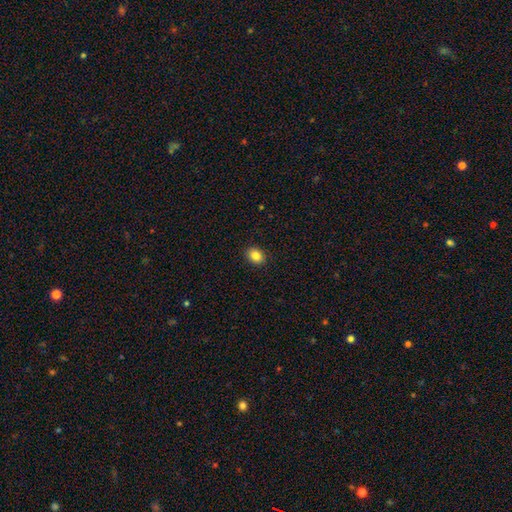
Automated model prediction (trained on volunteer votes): Smooth or featured? smooth (85%)
How rounded? in between (62%)
Merging? none (90%)